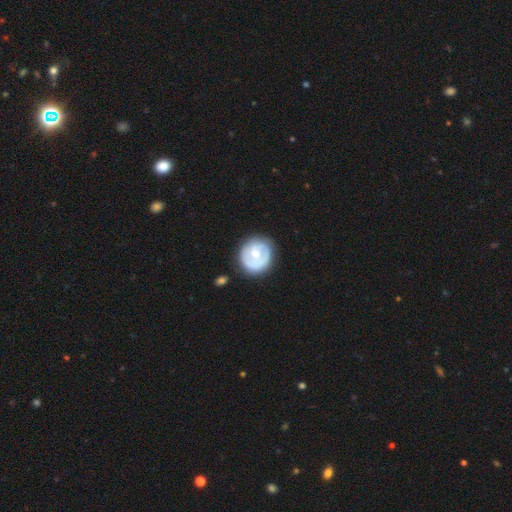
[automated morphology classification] Smooth or featured?
  - featured or disk: 55% *
  - smooth: 40%
  - star or artifact: 5%
Edge-on disk?
  - no: 97% *
  - yes: 3%
Bar?
  - no: 67% *
  - weak: 27%
  - strong: 6%
Spiral arms?
  - no: 51% *
  - yes: 49%
Bulge size?
  - moderate: 57% *
  - small: 37%
  - large: 3%
  - none: 2%
  - dominant: 1%
Merging?
  - none: 73% *
  - minor disturbance: 19%
  - major disturbance: 6%
  - merger: 2%